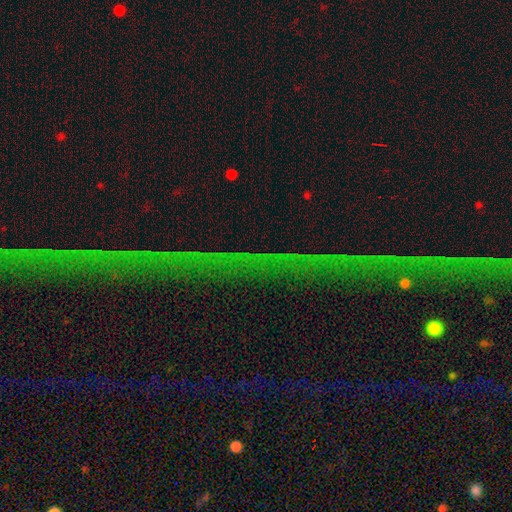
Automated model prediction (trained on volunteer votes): Smooth or featured?
  - star or artifact: 83% *
  - featured or disk: 9%
  - smooth: 7%